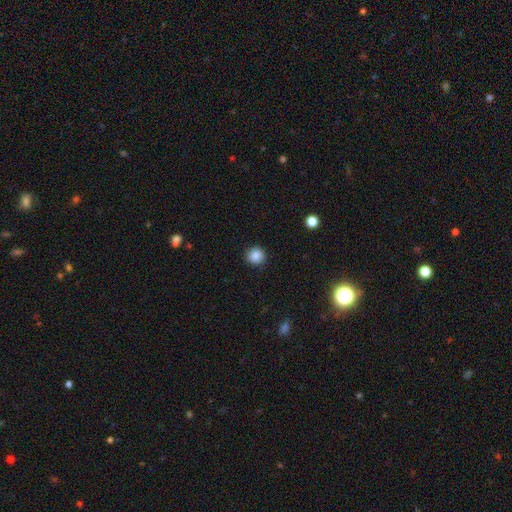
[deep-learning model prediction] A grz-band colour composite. It shows a smooth galaxy with no disk features (86%) that is round (91%). Merging: none (90%).